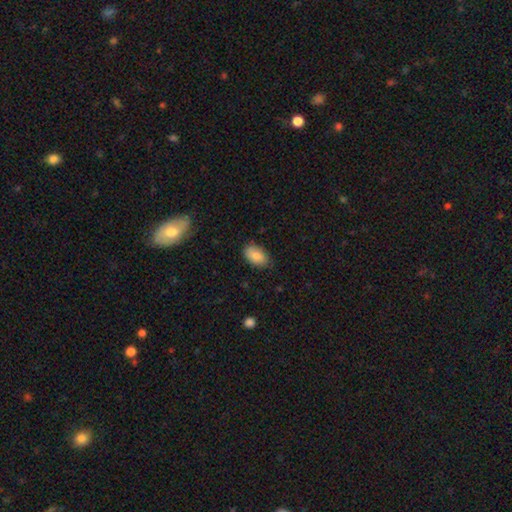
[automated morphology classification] Smooth or featured? smooth (87%)
How rounded? in between (93%)
Merging? none (80%)